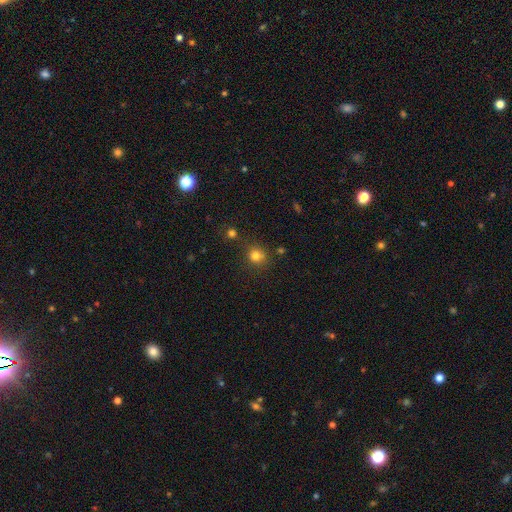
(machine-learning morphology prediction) smooth-or-featured: smooth: 79% | star or artifact: 15% | featured or disk: 6%
  how-rounded: round: 84% | in between: 15% | cigar-shaped: 1%
  merging: none: 76% | minor disturbance: 12% | merger: 7% | major disturbance: 4%